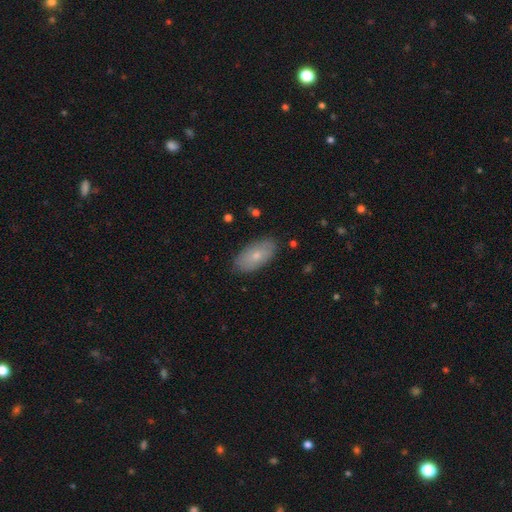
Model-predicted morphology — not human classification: Smooth or featured? Predicted: smooth (p=0.72). How rounded? Predicted: in between (p=0.93). Merging? Predicted: none (p=0.85).